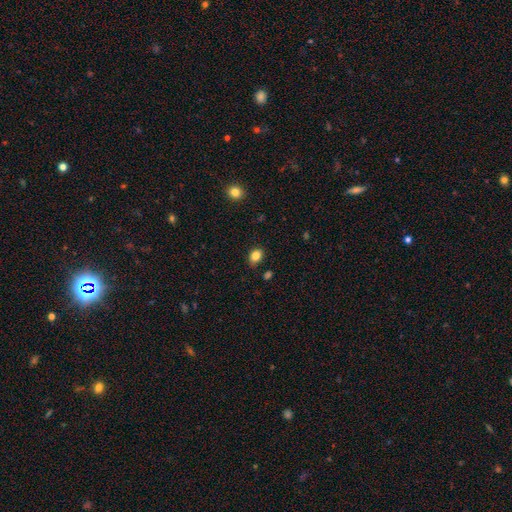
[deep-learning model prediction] Smooth or featured?
  - smooth: 85% *
  - star or artifact: 11%
  - featured or disk: 5%
How rounded?
  - in between: 64% *
  - round: 35%
  - cigar-shaped: 1%
Merging?
  - none: 82% *
  - minor disturbance: 14%
  - major disturbance: 3%
  - merger: 2%